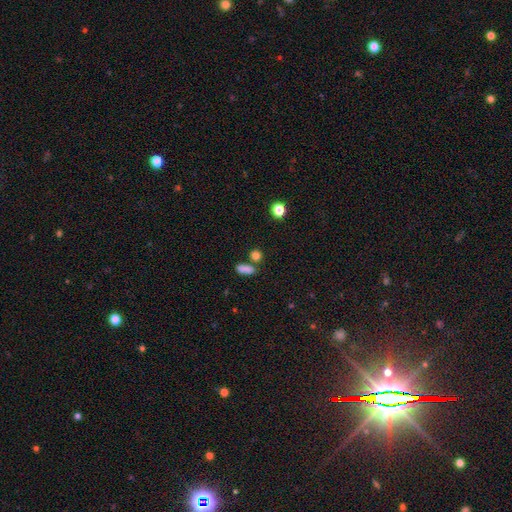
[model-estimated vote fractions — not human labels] A smooth galaxy with no disk features (81%) that is round (56%). Merging: none (68%).